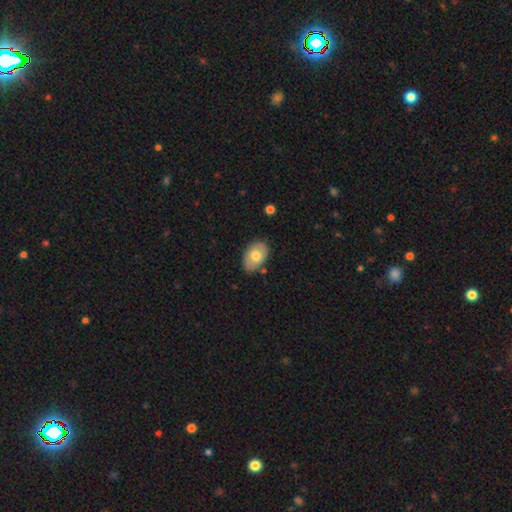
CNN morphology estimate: Smooth or featured? Predicted: smooth (p=0.70). How rounded? Predicted: in between (p=0.89). Merging? Predicted: none (p=0.80).